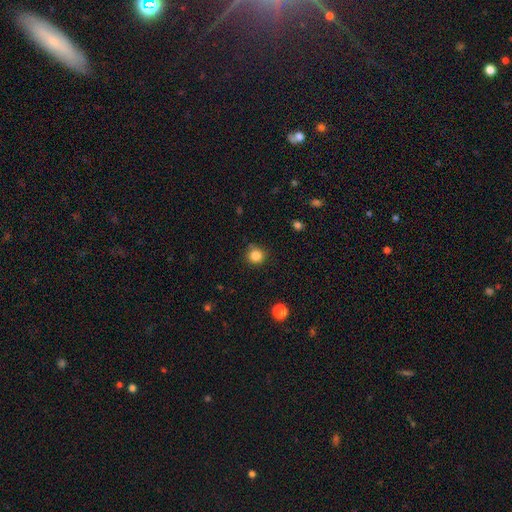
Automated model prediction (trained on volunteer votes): smooth-or-featured: smooth: 84% | star or artifact: 12% | featured or disk: 4%
  how-rounded: round: 91% | in between: 8% | cigar-shaped: 1%
  merging: none: 85% | minor disturbance: 11% | major disturbance: 2% | merger: 2%